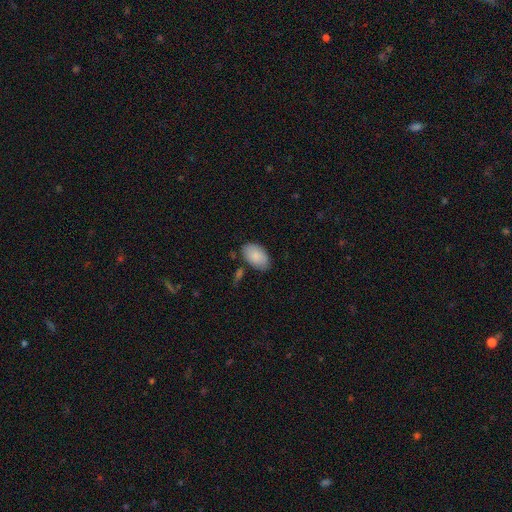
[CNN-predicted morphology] Overall: smooth (87%). How rounded: in between (94%). Merging: none (77%).